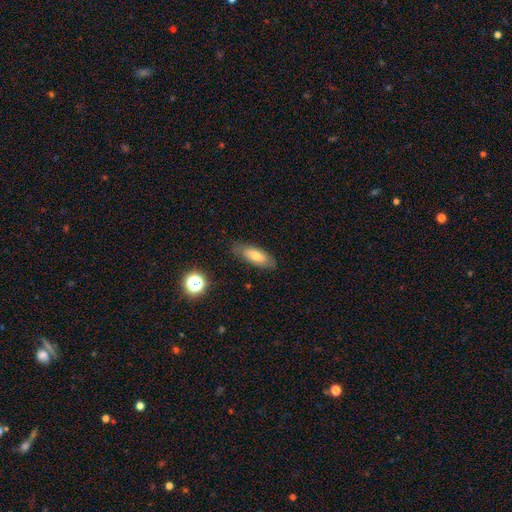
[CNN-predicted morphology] A smooth galaxy with no disk features (71%) that is in between round and cigar-shaped (70%). Merging: none (81%).